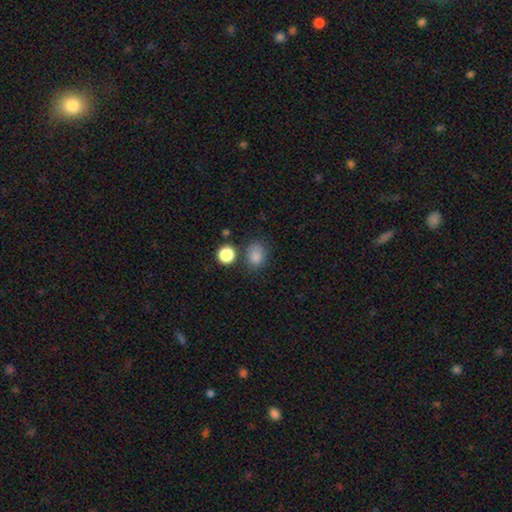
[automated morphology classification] The model was most divided on "how rounded": round: 50%, in between: 49%, cigar-shaped: 1%. More confident: smooth or featured — smooth (83%); merging — none (71%).